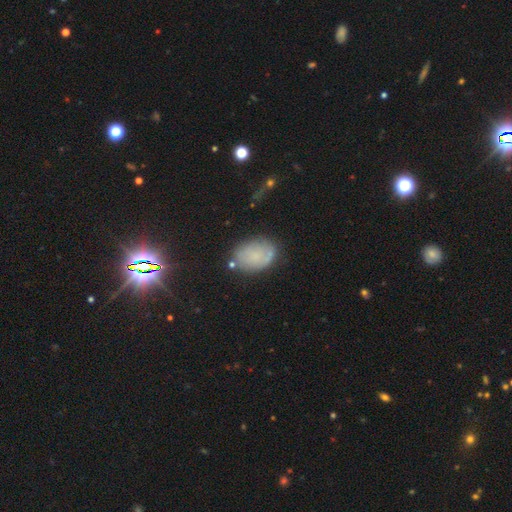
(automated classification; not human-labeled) Q: Smooth or featured?
A: smooth (61%); runner-up: featured or disk (23%)
Q: How rounded?
A: in between (82%); runner-up: round (16%)
Q: Merging?
A: none (66%); runner-up: minor disturbance (22%)